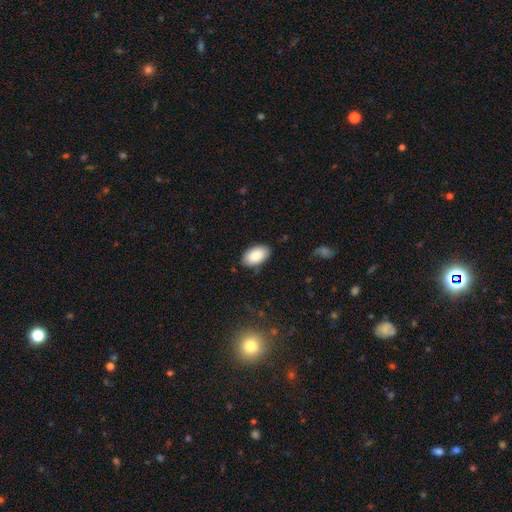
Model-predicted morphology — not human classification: smooth_or_featured: smooth (p=0.89) [alt: star or artifact p=0.06]
how_rounded: in between (p=0.95) [alt: round p=0.04]
merging: none (p=0.84) [alt: minor disturbance p=0.12]